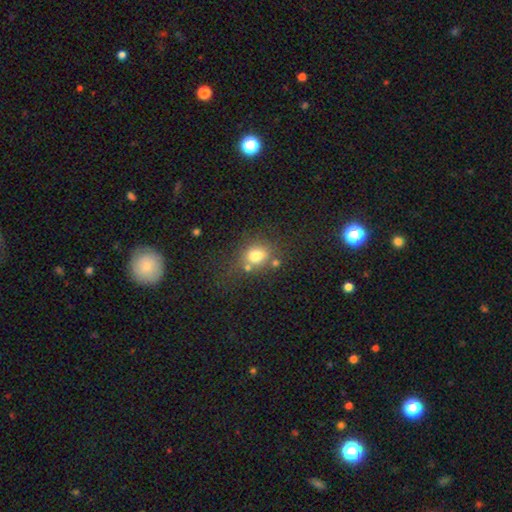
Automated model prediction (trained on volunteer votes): Smooth or featured? smooth (74%)
How rounded? round (59%)
Merging? none (54%)